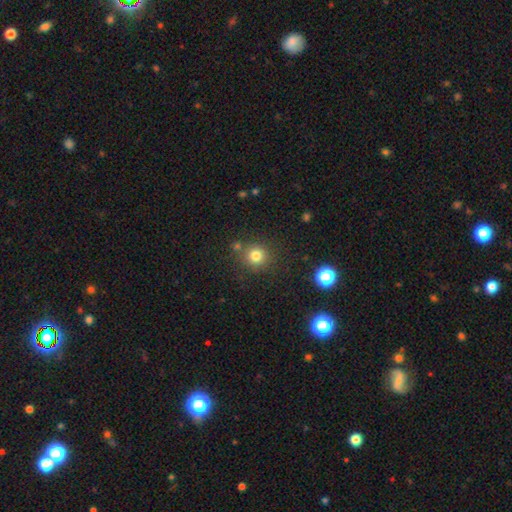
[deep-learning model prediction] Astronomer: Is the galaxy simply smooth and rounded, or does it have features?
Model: smooth — 79%.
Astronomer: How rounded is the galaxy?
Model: round — 91%.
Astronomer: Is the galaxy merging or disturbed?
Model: none — 79%.